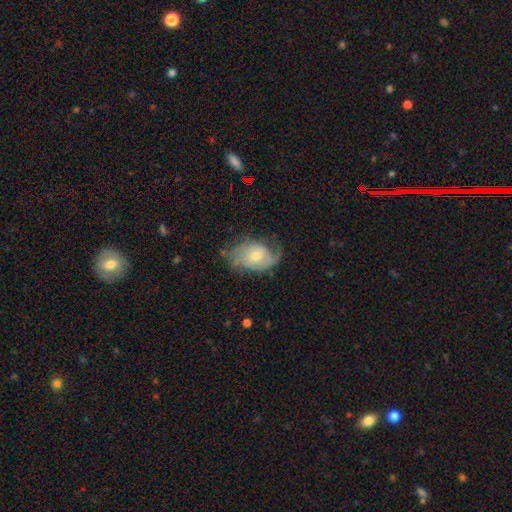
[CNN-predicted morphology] The model was most divided on "bulge size": small: 49%, moderate: 44%, large: 3%, none: 3%, dominant: 1%. Remaining: edge-on disk — no (96%); spiral arms — yes (86%); smooth or featured — featured or disk (66%); bar — no (60%); spiral arm count — 2 (54%); merging — none (53%); spiral winding — medium (41%).